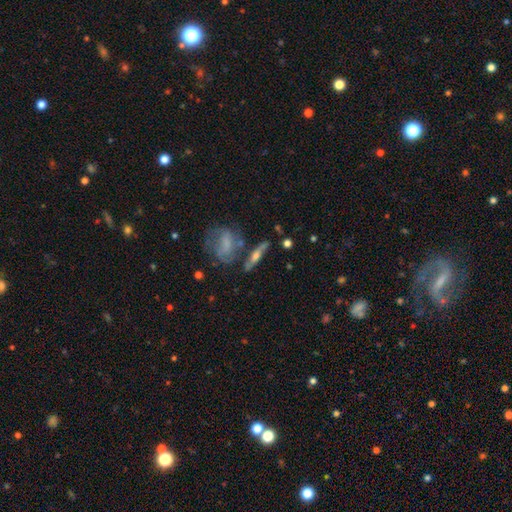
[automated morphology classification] Overall: featured or disk (56%; smooth 36%). Edge-on disk: yes (76%). Merging: none (62%).